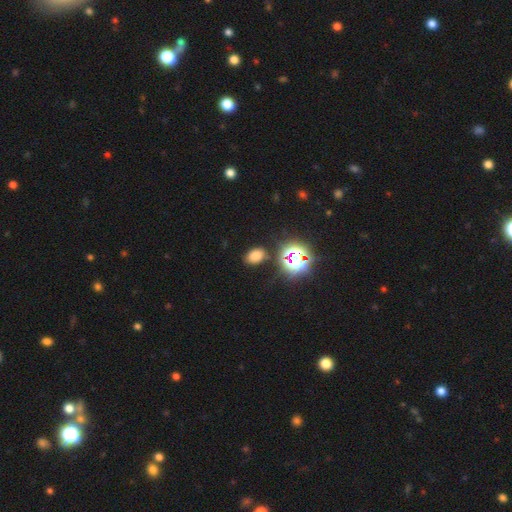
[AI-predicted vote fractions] smooth 68%, star or artifact 25%, featured or disk 7%. Down the decision tree: how rounded — in between (77%); merging — none (82%).